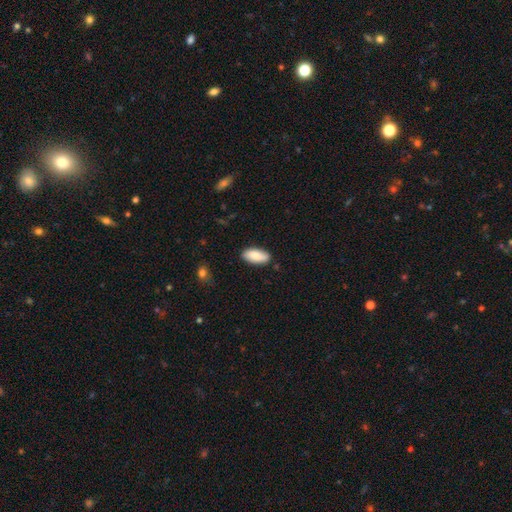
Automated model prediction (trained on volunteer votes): Smooth or featured? smooth (84%)
How rounded? in between (87%)
Merging? none (86%)